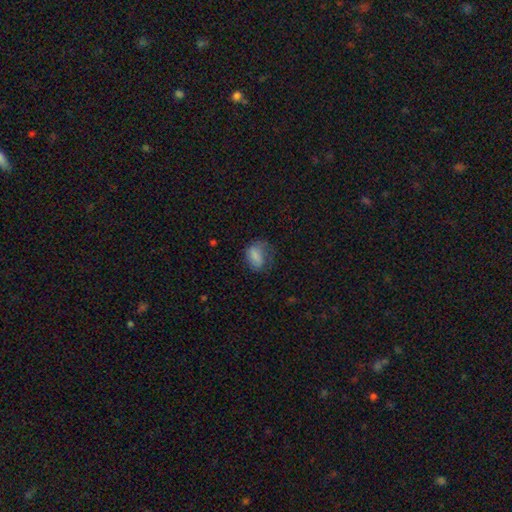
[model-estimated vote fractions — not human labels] A smooth galaxy with no disk features (77%) that is in between round and cigar-shaped (79%). Merging: none (45%).